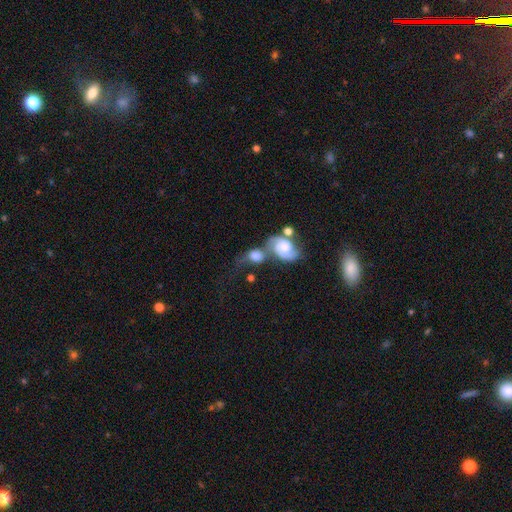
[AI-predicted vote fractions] The model was most divided on "smooth or featured": featured or disk: 50%, smooth: 42%, star or artifact: 9%. More confident: merging — merger (57%).